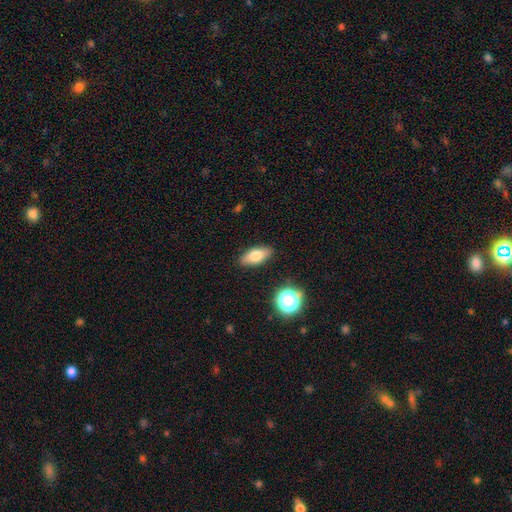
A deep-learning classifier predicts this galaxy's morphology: This is likely a smooth galaxy (72%). How rounded: clearly in between (80%). Merging: clearly none (86%).